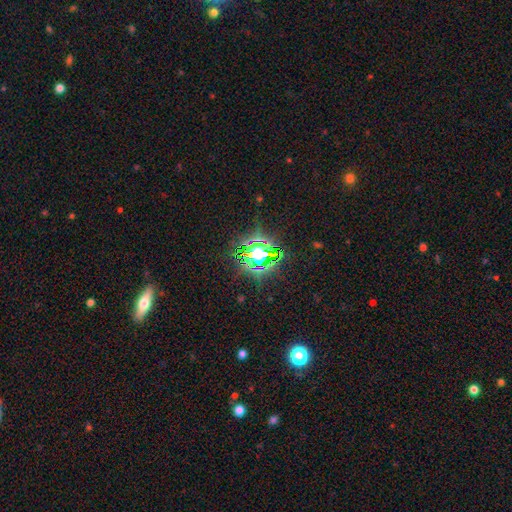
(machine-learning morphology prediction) smooth-or-featured: star or artifact: 78% | smooth: 13% | featured or disk: 9%